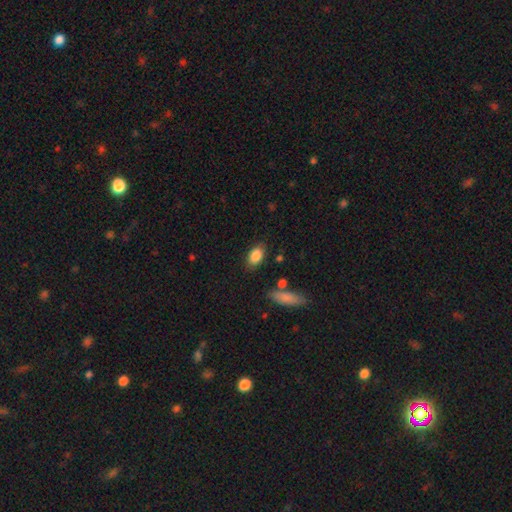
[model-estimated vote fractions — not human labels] Smooth or featured? smooth (86%)
How rounded? in between (88%)
Merging? none (82%)